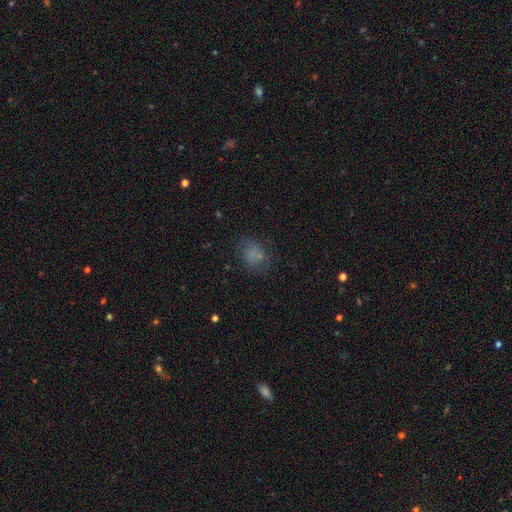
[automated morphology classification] Smooth or featured? smooth (70%)
How rounded? in between (50%)
Merging? none (70%)